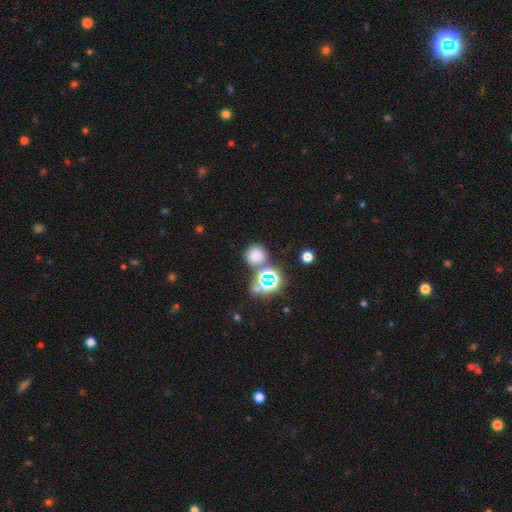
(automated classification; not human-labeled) smooth 68%, star or artifact 25%, featured or disk 7%. Down the decision tree: how rounded — round (88%); merging — none (70%).